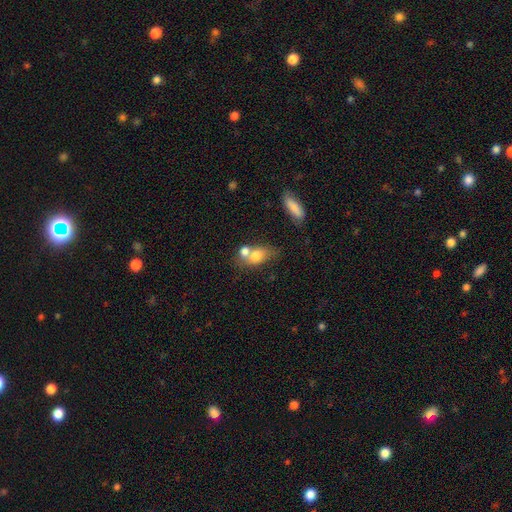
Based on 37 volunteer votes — Smooth or featured: smooth — 81% (featured or disk — 11%)
How rounded: in between — 67% (round — 30%)
Merging: none — 41% (merger — 29%)